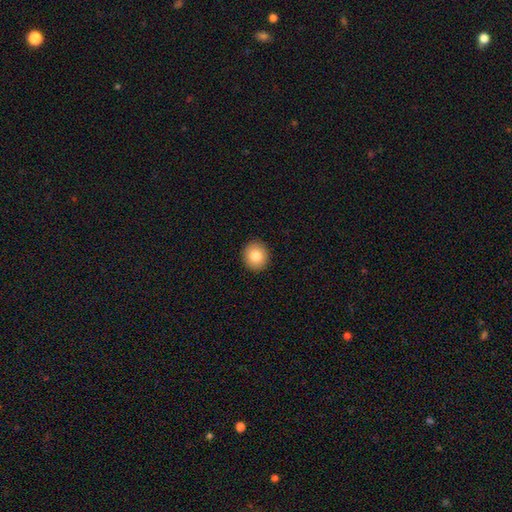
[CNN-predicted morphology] smooth-or-featured: smooth: 81% | featured or disk: 10% | star or artifact: 9%
  how-rounded: round: 85% | in between: 14% | cigar-shaped: 1%
  merging: none: 93% | minor disturbance: 5% | major disturbance: 2% | merger: 1%